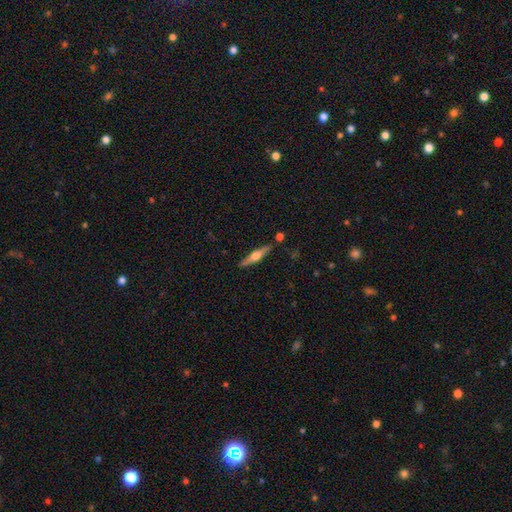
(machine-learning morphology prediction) type=featured or disk (62%); edge-on=yes (96%); edge-on bulge=rounded (91%); merging=none (86%).